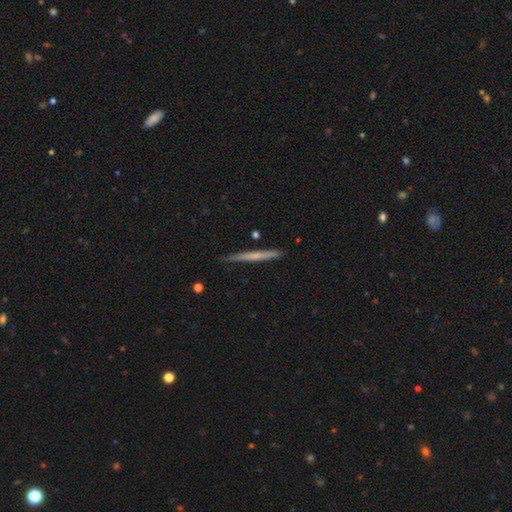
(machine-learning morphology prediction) smooth_or_featured: smooth (p=0.49) [alt: featured or disk p=0.46]
merging: none (p=0.88) [alt: minor disturbance p=0.09]